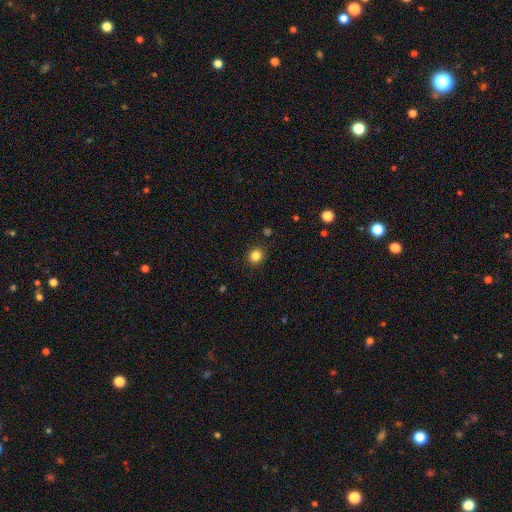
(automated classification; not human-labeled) Smooth or featured? smooth (84%)
How rounded? round (88%)
Merging? none (90%)